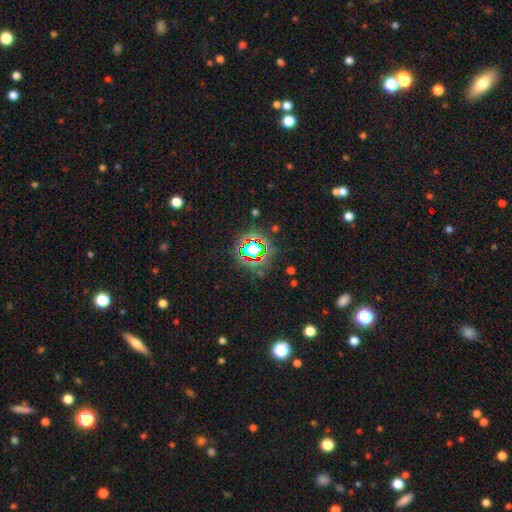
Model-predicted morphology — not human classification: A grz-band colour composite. It shows a star or artifact, not a galaxy (80%).